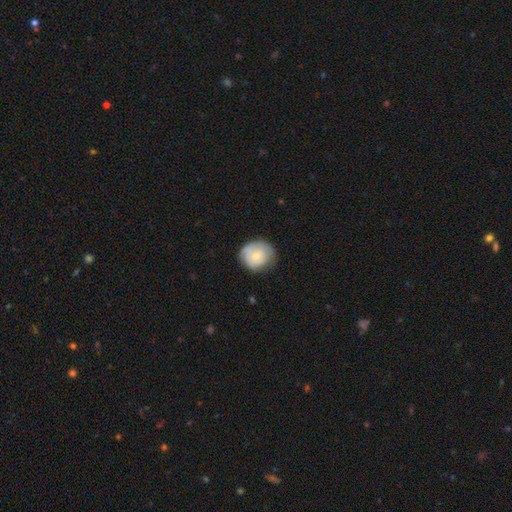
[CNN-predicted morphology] Smooth or featured: smooth — 63% (featured or disk — 31%)
How rounded: round — 80% (in between — 19%)
Merging: none — 66% (minor disturbance — 26%)